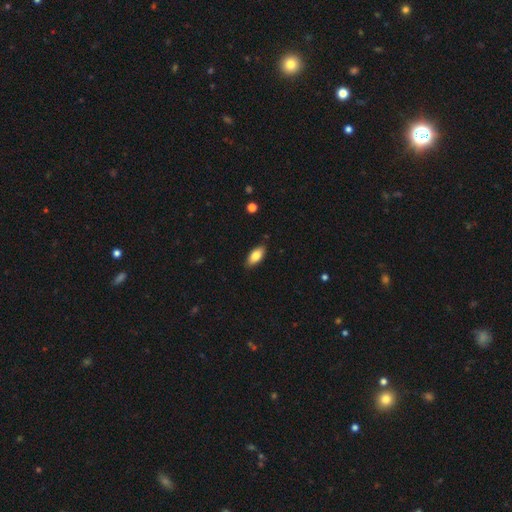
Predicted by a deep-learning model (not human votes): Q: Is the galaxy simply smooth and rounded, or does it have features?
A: smooth — 80%.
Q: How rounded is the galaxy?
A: in between — 88%.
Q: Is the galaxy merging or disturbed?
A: none — 86%.